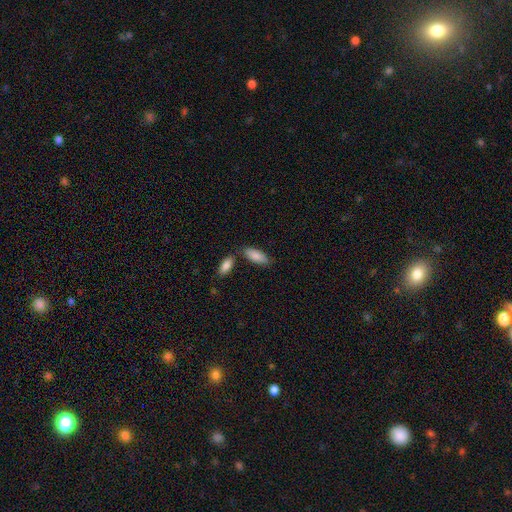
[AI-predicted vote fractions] smooth-or-featured: smooth: 88% | featured or disk: 7% | star or artifact: 5%
  how-rounded: in between: 80% | cigar-shaped: 18% | round: 2%
  merging: none: 68% | merger: 15% | minor disturbance: 14% | major disturbance: 3%